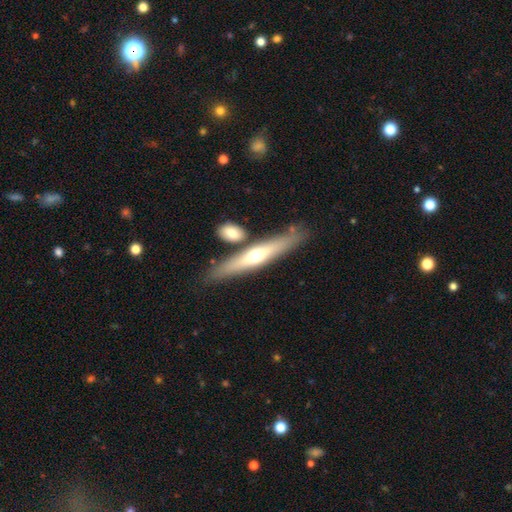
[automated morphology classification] This is possibly a featured or disk galaxy (52%). It is clearly viewed edge-on (87%). Merging: likely none (74%).